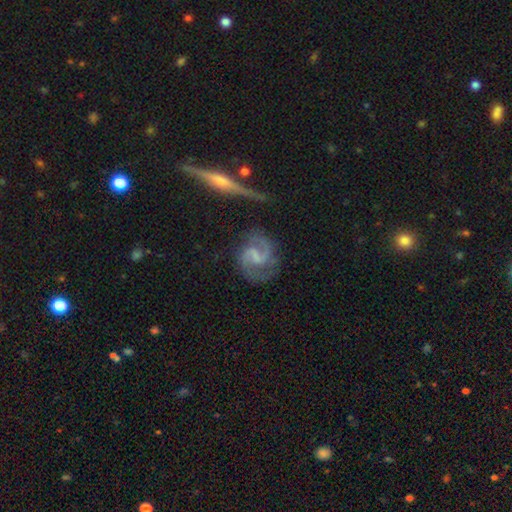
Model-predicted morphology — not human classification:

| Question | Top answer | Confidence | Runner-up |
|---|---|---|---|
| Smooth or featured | featured or disk | 89% | smooth (6%) |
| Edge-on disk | no | 98% | yes (2%) |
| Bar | weak | 51% | strong (24%) |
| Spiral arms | yes | 98% | no (2%) |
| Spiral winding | medium | 60% | tight (21%) |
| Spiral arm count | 2 | 92% | can't tell (3%) |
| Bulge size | none | 54% | small (28%) |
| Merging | none | 74% | minor disturbance (15%) |